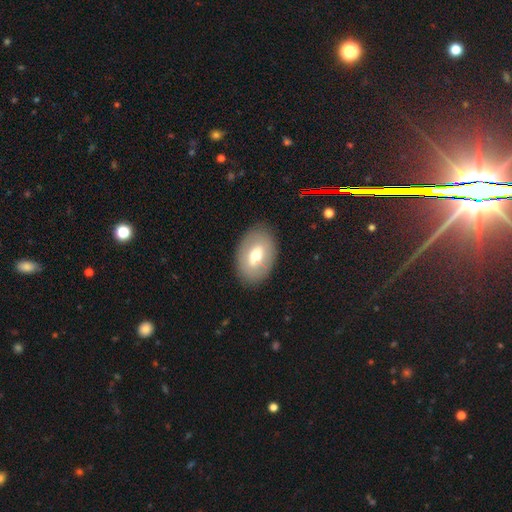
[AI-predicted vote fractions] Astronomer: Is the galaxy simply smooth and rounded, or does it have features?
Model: smooth — 58% (runner-up: featured or disk, 35%).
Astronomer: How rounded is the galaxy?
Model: in between — 84%.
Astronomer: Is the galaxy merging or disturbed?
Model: none — 85%.